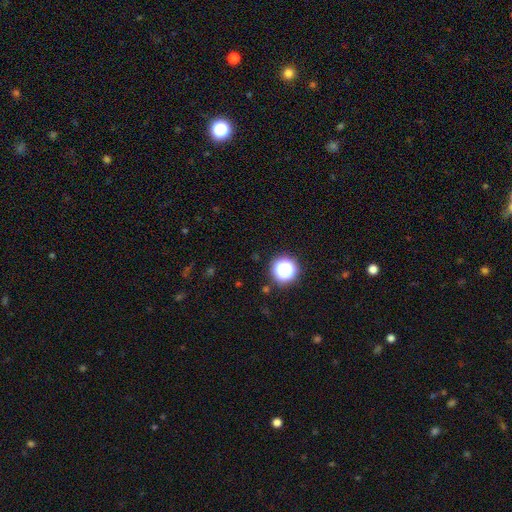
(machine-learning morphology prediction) Smooth or featured? Predicted: star or artifact (p=0.58).